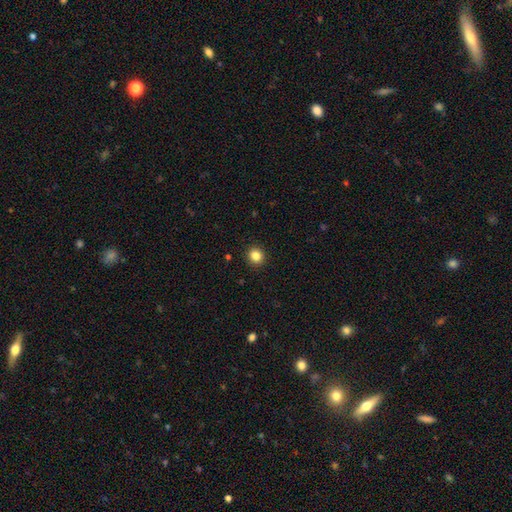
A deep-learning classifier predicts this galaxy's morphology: smooth 84%, star or artifact 11%, featured or disk 5%. Down the decision tree: how rounded — round (86%); merging — none (92%).